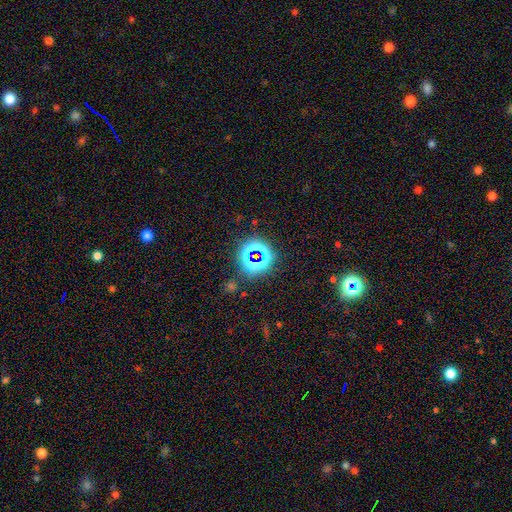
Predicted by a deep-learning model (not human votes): Smooth or featured? star or artifact (72%)